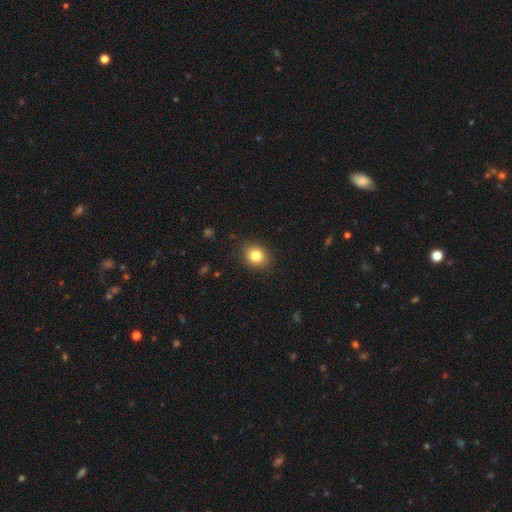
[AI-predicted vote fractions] This appears to be a smooth galaxy with no disk features (82%) that is round (62%). Merging: none (88%).